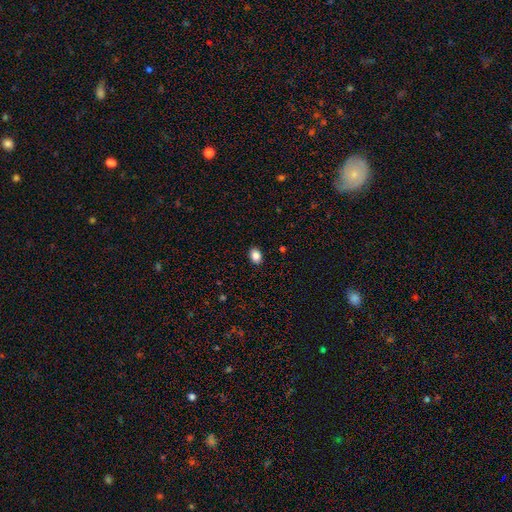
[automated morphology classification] This appears to be a smooth galaxy with no disk features (87%) that is in between round and cigar-shaped (76%). Merging: none (90%).